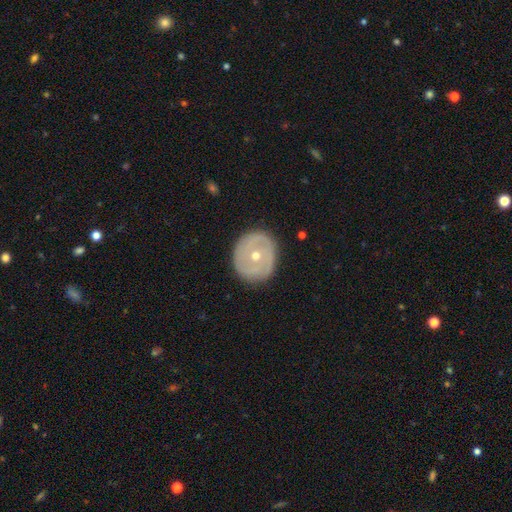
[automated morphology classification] Smooth or featured? Predicted: featured or disk (p=0.67). Edge-on disk? Predicted: no (p=0.95). Bar? Predicted: no (p=0.80). Spiral arms? Predicted: yes (p=0.52). Bulge size? Predicted: small (p=0.50). Merging? Predicted: none (p=0.84).